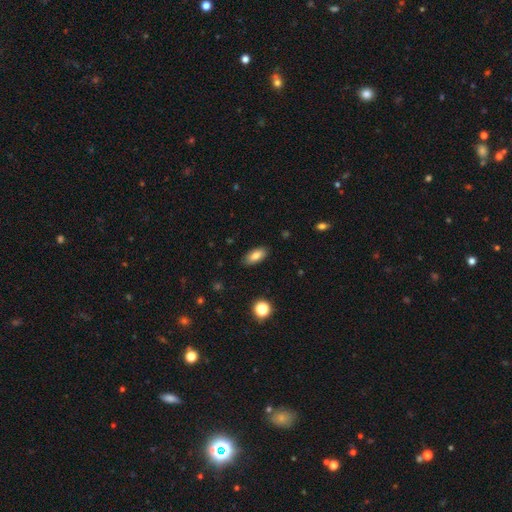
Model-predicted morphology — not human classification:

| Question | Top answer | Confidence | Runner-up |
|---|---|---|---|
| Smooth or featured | smooth | 82% | featured or disk (10%) |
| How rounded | in between | 89% | cigar-shaped (8%) |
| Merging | none | 88% | minor disturbance (9%) |